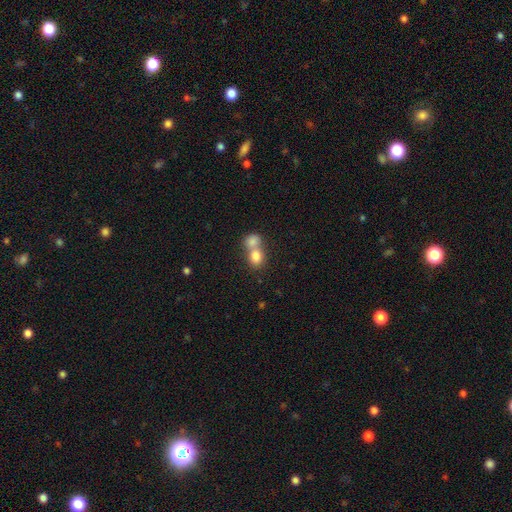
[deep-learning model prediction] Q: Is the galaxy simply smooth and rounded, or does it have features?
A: smooth — 80%.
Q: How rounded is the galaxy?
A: round — 59%.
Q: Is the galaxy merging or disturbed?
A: merger — 65%.